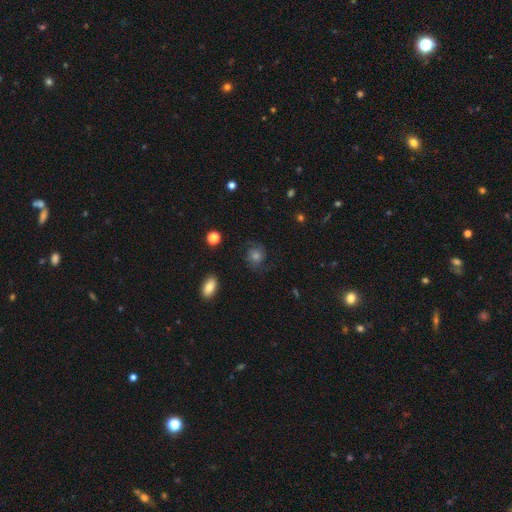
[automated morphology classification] Smooth or featured? Predicted: featured or disk (p=0.47). Merging? Predicted: none (p=0.75).